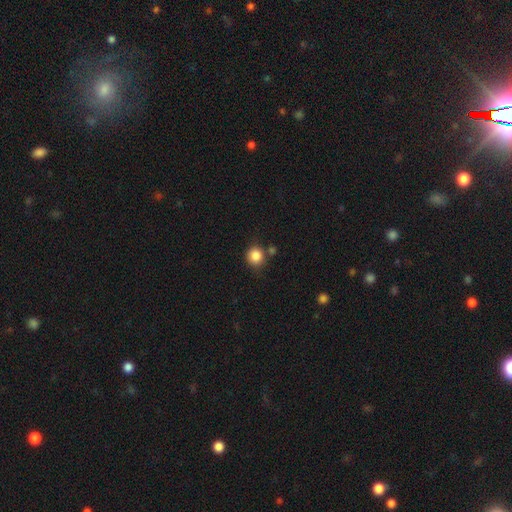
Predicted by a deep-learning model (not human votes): This is clearly a smooth galaxy (85%). How rounded: clearly round (88%). Merging: likely none (75%).